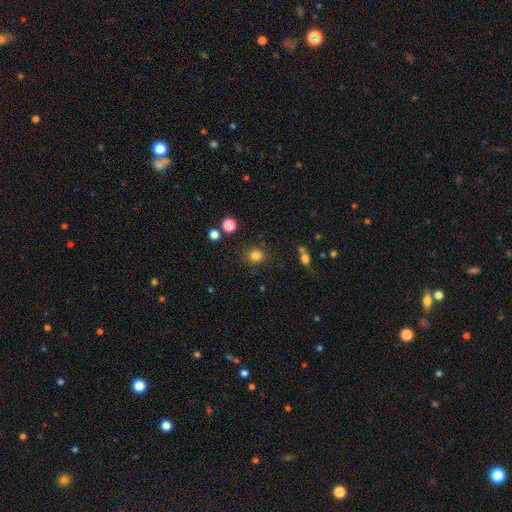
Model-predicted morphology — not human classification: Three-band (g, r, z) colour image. It shows a smooth galaxy with no disk features (80%) that is round (79%). Merging: none (82%).